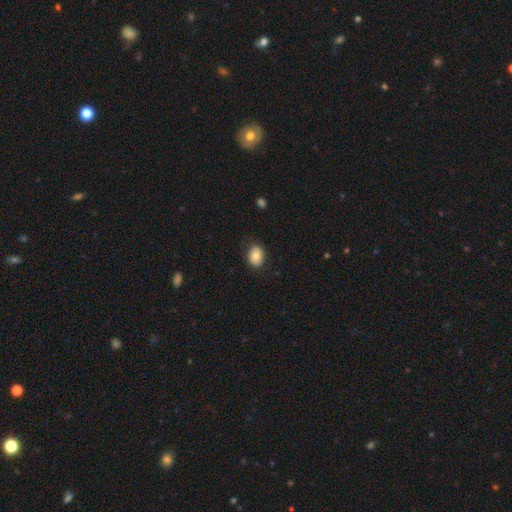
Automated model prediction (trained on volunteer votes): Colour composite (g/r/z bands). It shows a smooth galaxy with no disk features (82%) that is in between round and cigar-shaped (68%). Merging: none (84%).